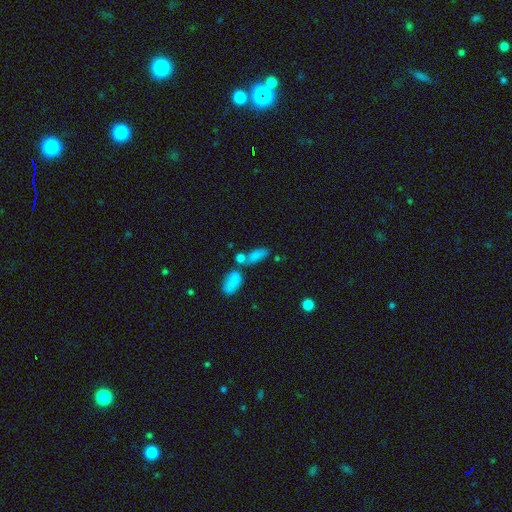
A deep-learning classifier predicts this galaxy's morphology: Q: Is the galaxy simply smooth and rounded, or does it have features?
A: smooth — 74%.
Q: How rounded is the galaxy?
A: in between — 75%.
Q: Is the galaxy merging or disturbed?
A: merger — 43%.